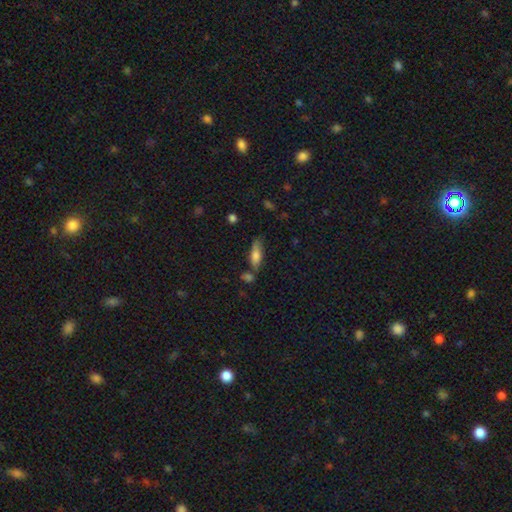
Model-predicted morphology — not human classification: smooth-or-featured: smooth: 72% | featured or disk: 20% | star or artifact: 8%
  how-rounded: in between: 55% | cigar-shaped: 42% | round: 3%
  merging: none: 61% | minor disturbance: 20% | merger: 13% | major disturbance: 5%